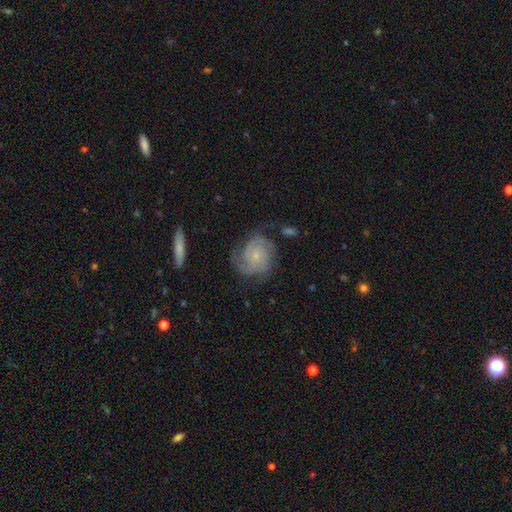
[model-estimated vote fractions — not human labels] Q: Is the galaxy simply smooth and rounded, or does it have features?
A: featured or disk — 81%.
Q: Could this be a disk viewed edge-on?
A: no — 98%.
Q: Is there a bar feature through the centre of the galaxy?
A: no — 74%.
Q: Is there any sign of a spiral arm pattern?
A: yes — 96%.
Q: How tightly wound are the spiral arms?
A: tight — 55%.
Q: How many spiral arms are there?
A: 2 — 38%.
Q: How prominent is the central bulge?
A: small — 74%.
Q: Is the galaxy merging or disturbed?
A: none — 68%.